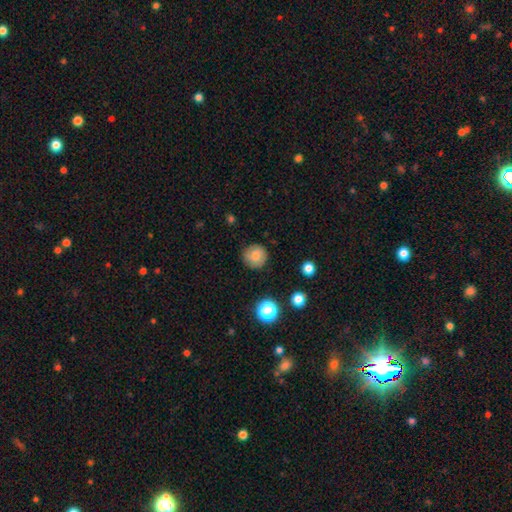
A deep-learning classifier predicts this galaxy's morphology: Overall: smooth (74%). How rounded: round (93%). Merging: none (85%).